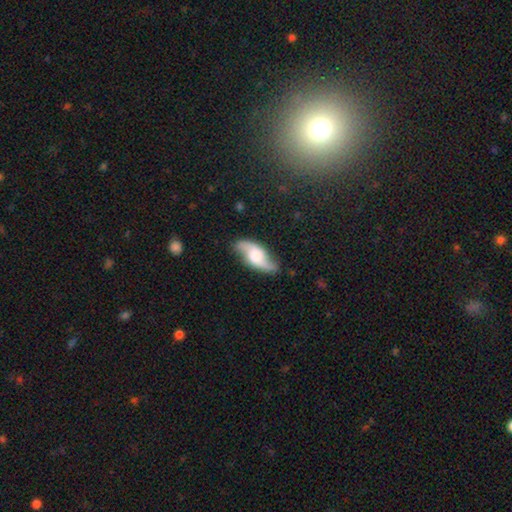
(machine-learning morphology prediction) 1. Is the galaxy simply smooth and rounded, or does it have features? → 72% featured or disk, 22% smooth, 6% star or artifact.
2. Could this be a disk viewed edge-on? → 88% no, 12% yes.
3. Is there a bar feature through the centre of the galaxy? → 58% no, 34% weak, 8% strong.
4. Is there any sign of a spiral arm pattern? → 94% yes, 6% no.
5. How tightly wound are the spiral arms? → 69% loose, 24% medium, 7% tight.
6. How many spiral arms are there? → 92% 2, 3% can't tell, 2% 1, 1% 3, 1% 4, 1% more than 4.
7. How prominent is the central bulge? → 38% moderate, 30% large, 17% small, 11% none, 4% dominant.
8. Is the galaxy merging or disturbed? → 78% none, 16% minor disturbance, 4% major disturbance, 2% merger.